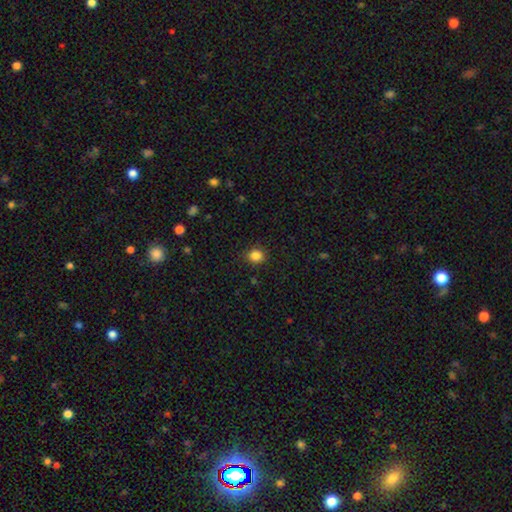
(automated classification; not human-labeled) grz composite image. It shows a smooth galaxy with no disk features (85%) that is round (72%). Merging: none (87%).